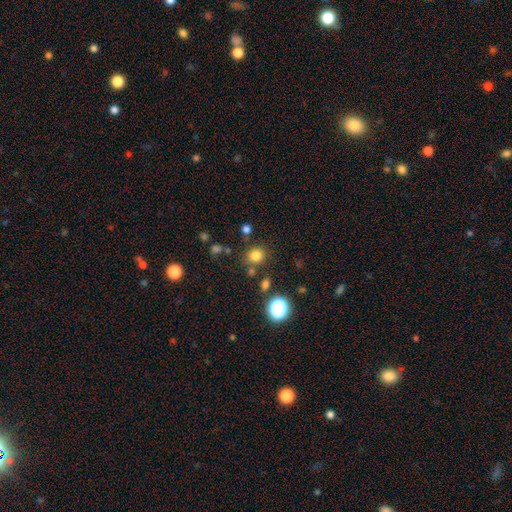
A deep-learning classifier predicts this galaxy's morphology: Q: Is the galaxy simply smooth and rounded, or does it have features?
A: smooth — 77%.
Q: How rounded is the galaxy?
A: round — 84%.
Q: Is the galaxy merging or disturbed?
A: none — 78%.